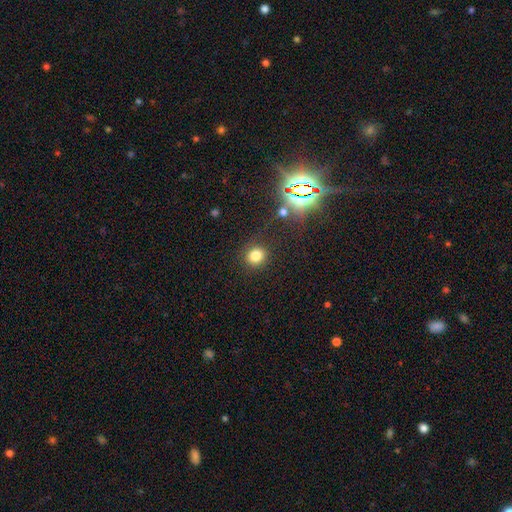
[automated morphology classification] smooth_or_featured: smooth (p=0.77) [alt: star or artifact p=0.16]
how_rounded: round (p=0.83) [alt: in between p=0.16]
merging: none (p=0.86) [alt: minor disturbance p=0.08]